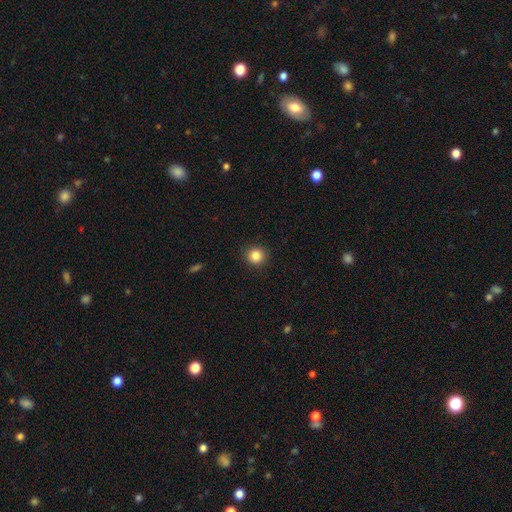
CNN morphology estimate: Smooth or featured? smooth (85%)
How rounded? round (93%)
Merging? none (91%)